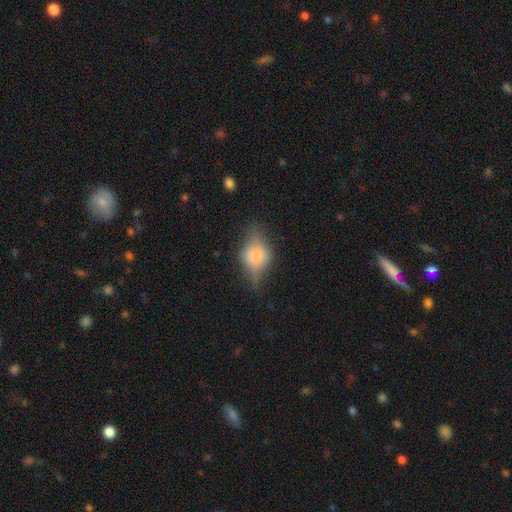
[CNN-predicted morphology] Smooth or featured? smooth (45%)
Merging? none (55%)